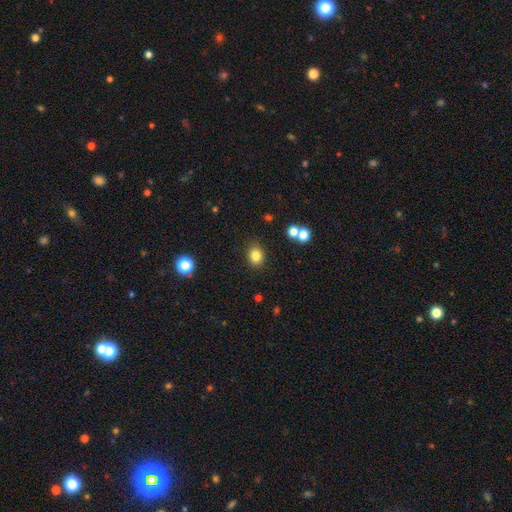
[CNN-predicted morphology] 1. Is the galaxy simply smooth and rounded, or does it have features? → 82% smooth, 12% star or artifact, 6% featured or disk.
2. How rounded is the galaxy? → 59% round, 40% in between, 1% cigar-shaped.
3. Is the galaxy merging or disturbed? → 85% none, 9% minor disturbance, 3% merger, 3% major disturbance.